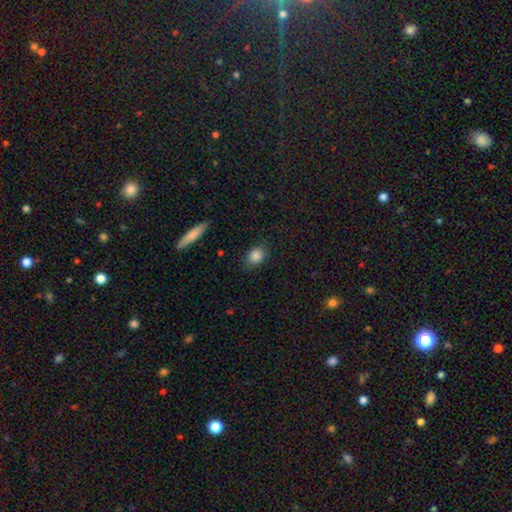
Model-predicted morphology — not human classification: Smooth or featured: smooth — 86% (star or artifact — 9%)
How rounded: in between — 59% (round — 38%)
Merging: none — 82% (minor disturbance — 13%)